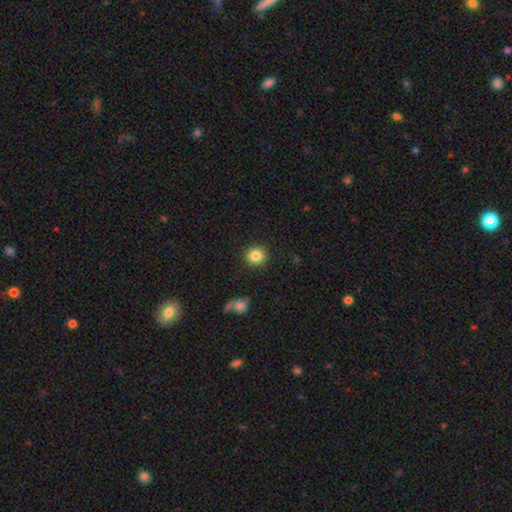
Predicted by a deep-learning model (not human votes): Q: Smooth or featured?
A: smooth (85%); runner-up: star or artifact (10%)
Q: How rounded?
A: round (92%); runner-up: in between (7%)
Q: Merging?
A: none (91%); runner-up: minor disturbance (6%)